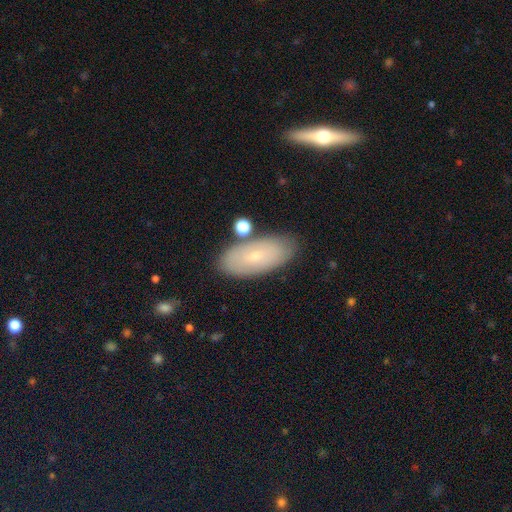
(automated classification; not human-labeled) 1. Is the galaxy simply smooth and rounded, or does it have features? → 60% smooth, 32% featured or disk, 8% star or artifact.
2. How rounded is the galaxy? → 89% in between, 8% cigar-shaped, 3% round.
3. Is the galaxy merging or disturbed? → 80% none, 12% minor disturbance, 5% merger, 3% major disturbance.